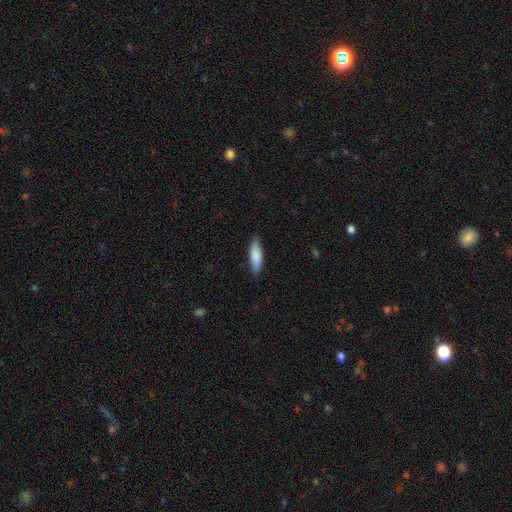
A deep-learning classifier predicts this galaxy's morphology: The model was most divided on "how rounded": cigar-shaped: 50%, in between: 48%, round: 2%. More confident: merging — none (87%); smooth or featured — smooth (85%).